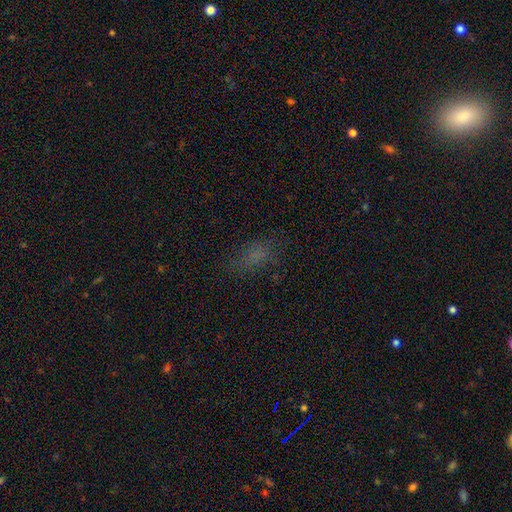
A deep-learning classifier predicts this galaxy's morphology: smooth_or_featured: smooth (p=0.65) [alt: star or artifact p=0.23]
how_rounded: in between (p=0.78) [alt: cigar-shaped p=0.12]
merging: none (p=0.67) [alt: minor disturbance p=0.19]